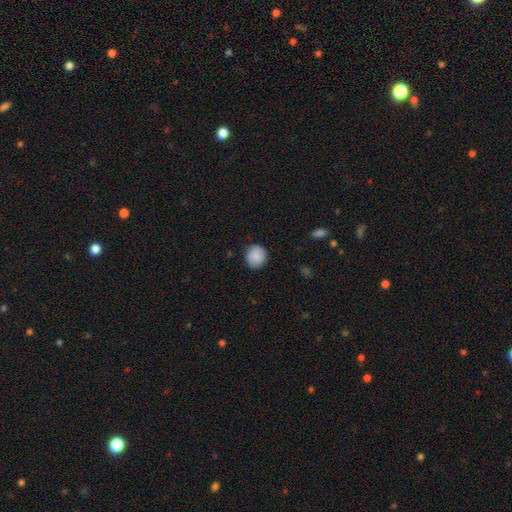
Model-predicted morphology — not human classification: Smooth or featured? smooth (87%)
How rounded? round (87%)
Merging? none (86%)